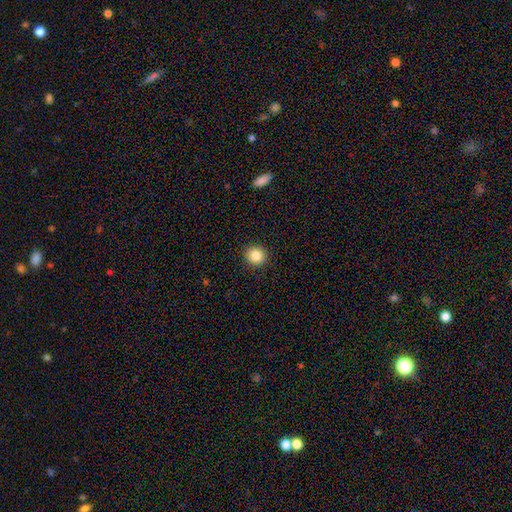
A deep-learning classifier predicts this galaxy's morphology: smooth-or-featured: smooth: 85% | star or artifact: 10% | featured or disk: 5%
  how-rounded: round: 91% | in between: 8% | cigar-shaped: 1%
  merging: none: 93% | minor disturbance: 5% | major disturbance: 2% | merger: 1%